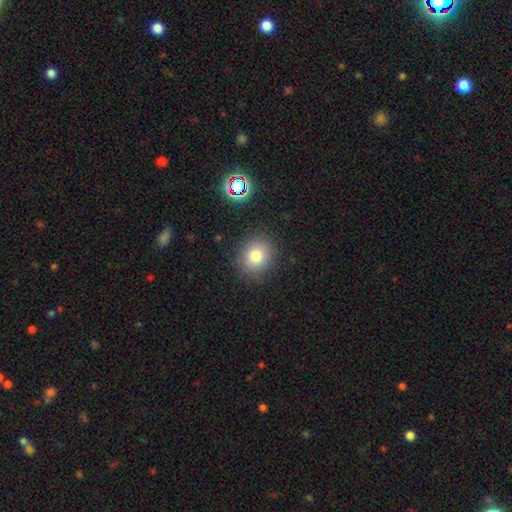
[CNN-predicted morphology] type=smooth (76%); roundness=round (79%); merging=none (88%).